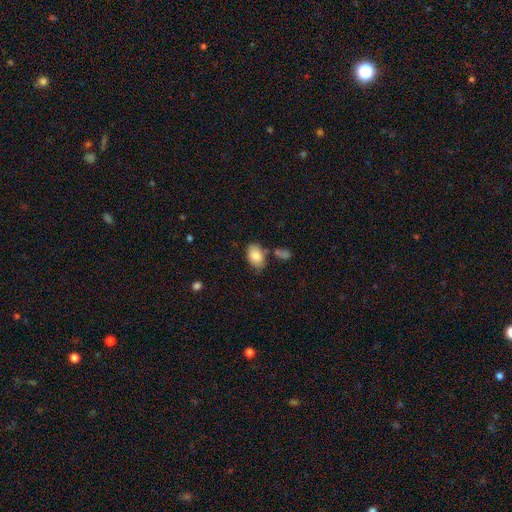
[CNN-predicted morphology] type=smooth (86%); roundness=in between (88%); merging=none (60%).